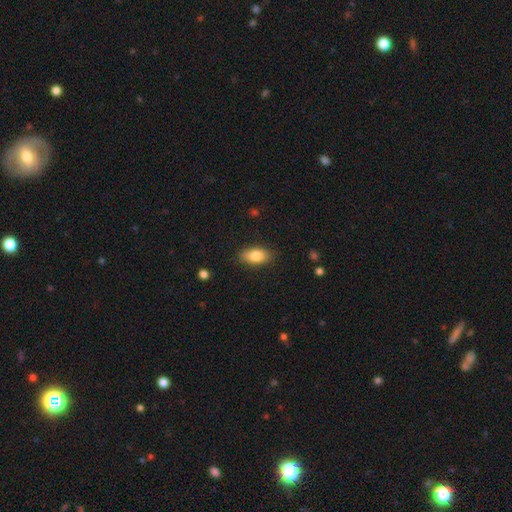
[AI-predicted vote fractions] Smooth or featured: smooth — 84% (featured or disk — 9%)
How rounded: in between — 90% (round — 5%)
Merging: none — 86% (minor disturbance — 10%)